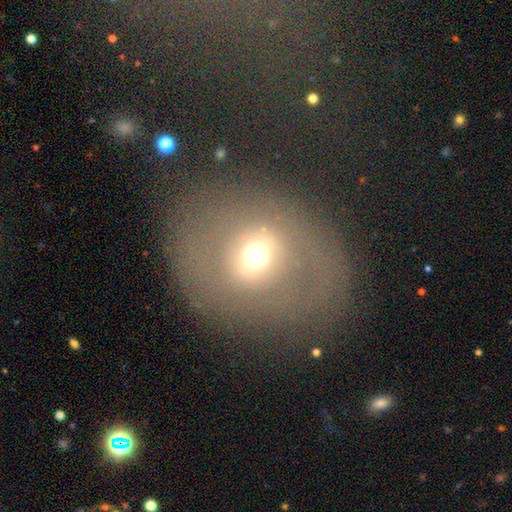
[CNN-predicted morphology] This is possibly a smooth galaxy (48%). Merging: likely none (78%).